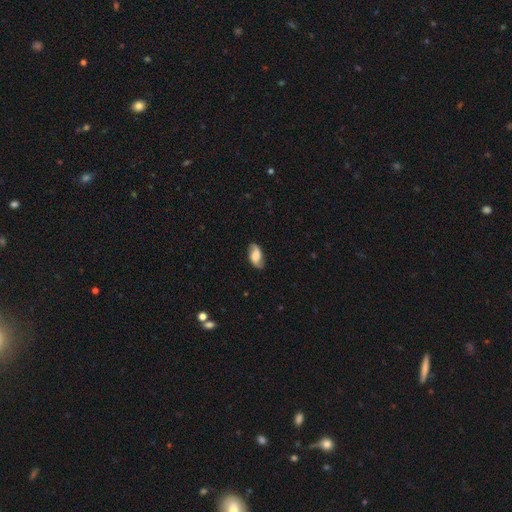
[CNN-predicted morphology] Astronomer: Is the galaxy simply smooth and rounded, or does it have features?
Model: featured or disk — 55% (runner-up: smooth, 37%).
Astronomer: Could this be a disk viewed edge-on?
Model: no — 94%.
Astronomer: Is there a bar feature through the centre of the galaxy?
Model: no — 50% (runner-up: weak, 37%).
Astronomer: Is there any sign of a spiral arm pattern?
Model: yes — 90%.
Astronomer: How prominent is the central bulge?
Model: large — 39% (runner-up: moderate, 27%).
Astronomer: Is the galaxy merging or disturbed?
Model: none — 81%.